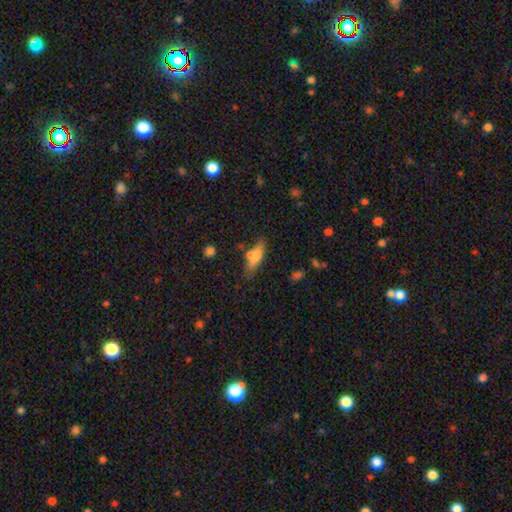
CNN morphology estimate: The model was most divided on "how rounded": in between: 56%, cigar-shaped: 41%, round: 3%. More confident: smooth or featured — smooth (67%); merging — none (57%).